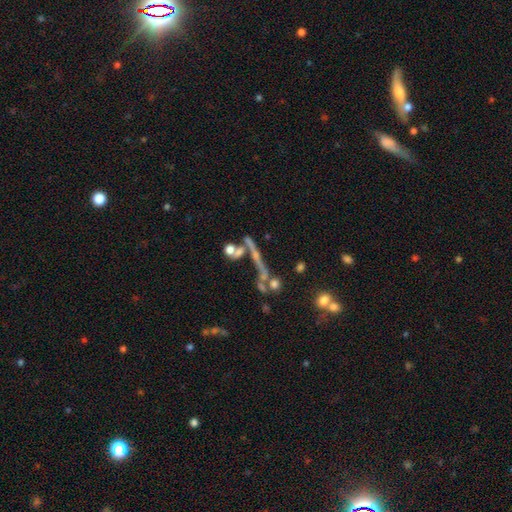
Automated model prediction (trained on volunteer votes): Morphology: type=featured or disk (57%); edge-on=yes (72%); merging=none (52%).